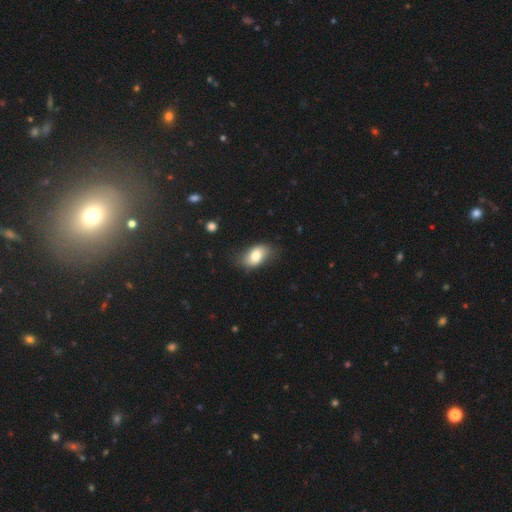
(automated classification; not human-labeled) Overall: smooth (78%). How rounded: in between (90%). Merging: none (69%).